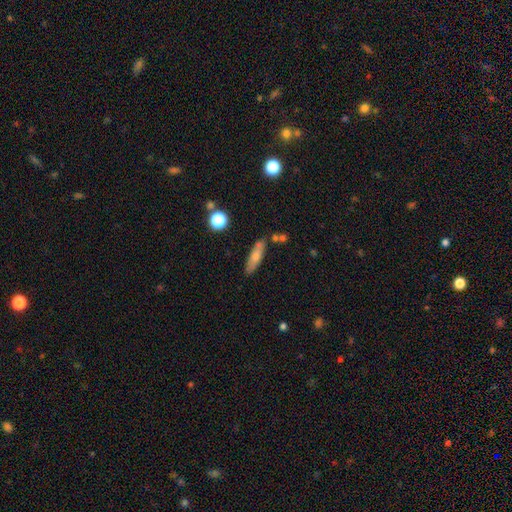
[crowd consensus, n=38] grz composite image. It shows a smooth galaxy with no disk features (74%) that is cigar-shaped (79%). Merging: none (71%).